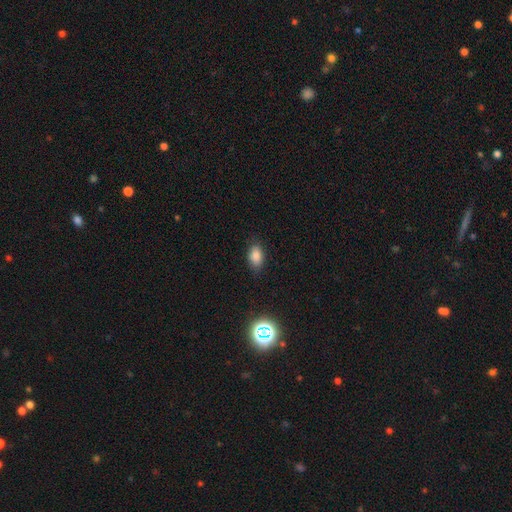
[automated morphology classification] The model was most divided on "merging": none: 80%, minor disturbance: 16%, major disturbance: 3%, merger: 1%. More confident: how rounded — in between (87%); smooth or featured — smooth (82%).